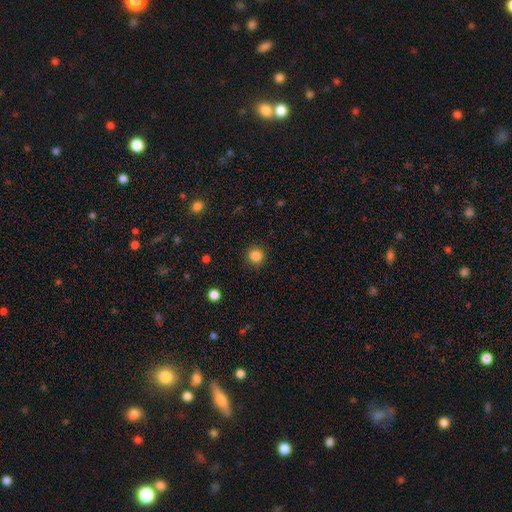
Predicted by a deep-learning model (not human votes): This is clearly a smooth galaxy (85%). How rounded: clearly round (93%). Merging: clearly none (90%).